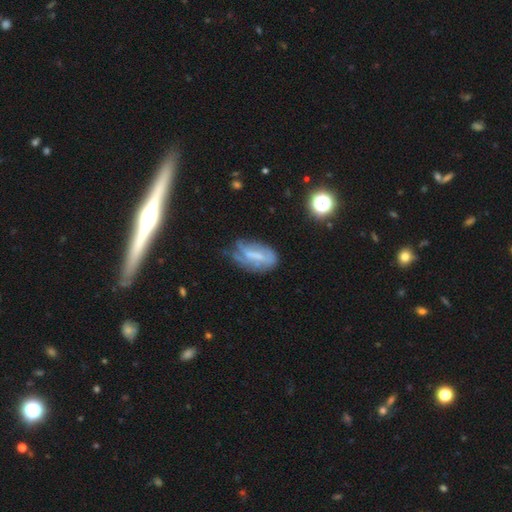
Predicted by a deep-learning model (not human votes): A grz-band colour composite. It shows a featured or disk galaxy (55%). Merging: none (44%).